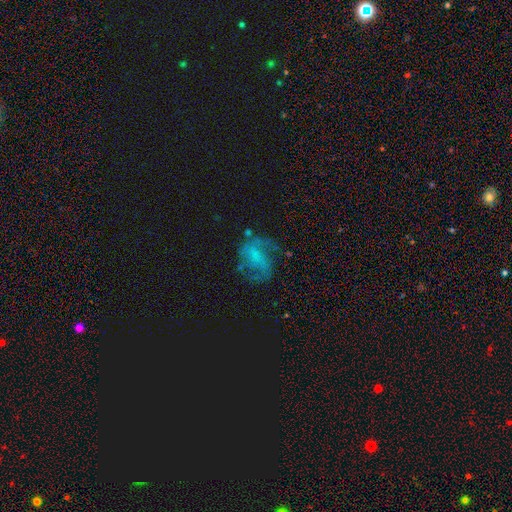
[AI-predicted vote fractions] The model was most divided on "bar": no: 48%, weak: 40%, strong: 12%. Remaining: edge-on disk — no (97%); spiral arms — yes (72%); smooth or featured — featured or disk (61%); merging — none (51%); bulge size — none (47%).